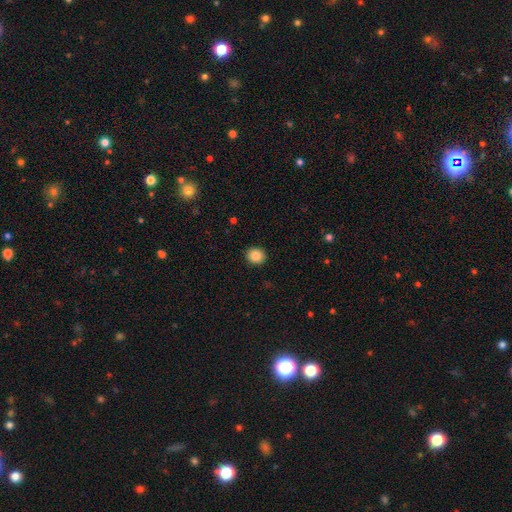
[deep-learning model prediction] This is clearly a smooth galaxy (85%). How rounded: clearly round (81%). Merging: clearly none (92%).